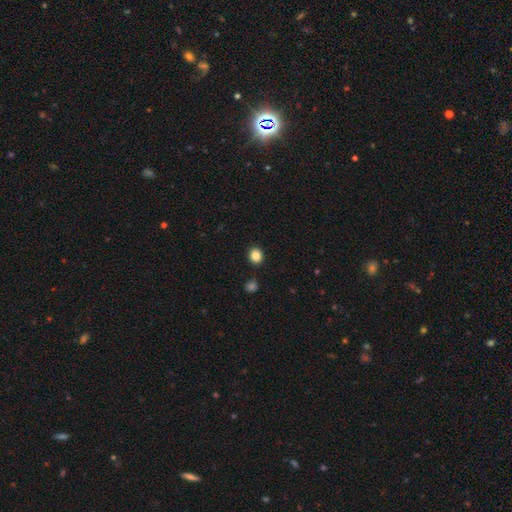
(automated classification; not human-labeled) smooth-or-featured: smooth: 85% | star or artifact: 11% | featured or disk: 4%
  how-rounded: round: 73% | in between: 26% | cigar-shaped: 1%
  merging: none: 89% | minor disturbance: 6% | merger: 2% | major disturbance: 2%